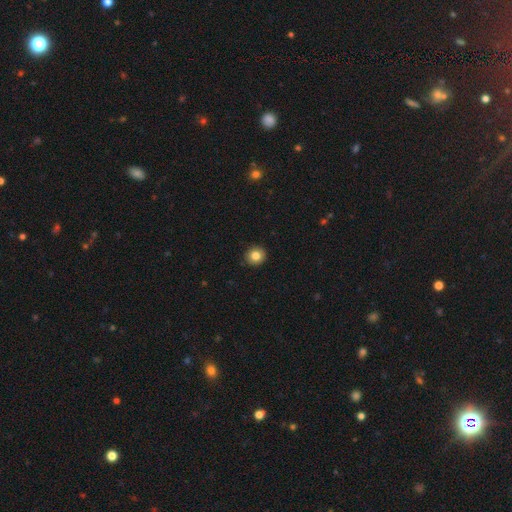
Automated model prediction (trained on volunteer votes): This appears to be a smooth galaxy with no disk features (84%) that is round (91%). Merging: none (92%).